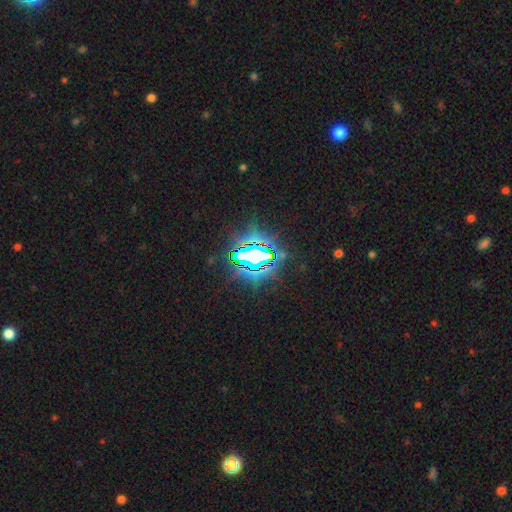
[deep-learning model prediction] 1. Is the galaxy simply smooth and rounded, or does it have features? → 79% star or artifact, 11% smooth, 10% featured or disk.